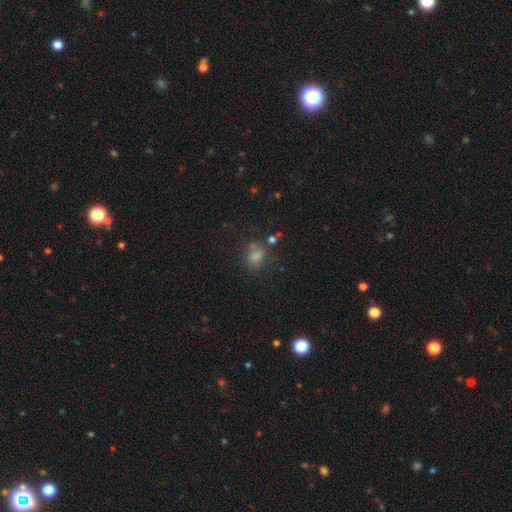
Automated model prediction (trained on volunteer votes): This appears to be a smooth galaxy with no disk features (66%) that is round (55%). Merging: none (65%).